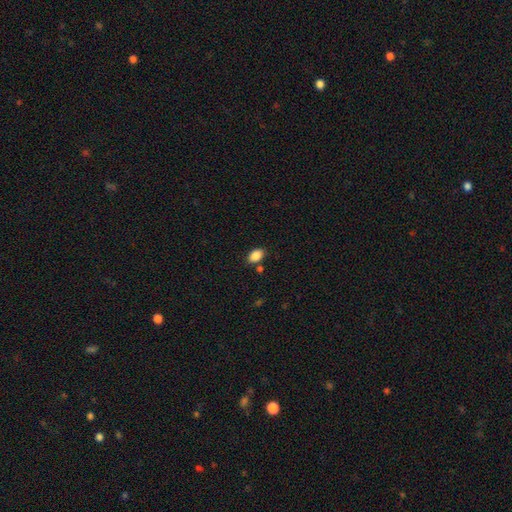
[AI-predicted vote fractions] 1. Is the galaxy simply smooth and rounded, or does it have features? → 87% smooth, 9% star or artifact, 4% featured or disk.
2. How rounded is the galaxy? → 88% in between, 10% round, 1% cigar-shaped.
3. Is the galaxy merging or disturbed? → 78% none, 12% minor disturbance, 7% merger, 3% major disturbance.